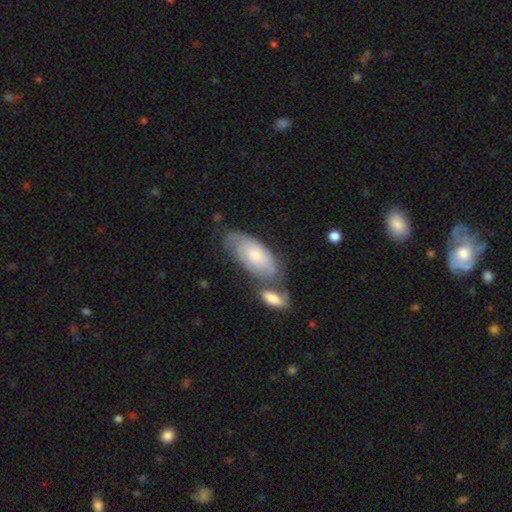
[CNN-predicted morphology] Smooth or featured?
  - featured or disk: 49% *
  - smooth: 45%
  - star or artifact: 6%
Merging?
  - none: 45% *
  - merger: 26%
  - minor disturbance: 21%
  - major disturbance: 9%